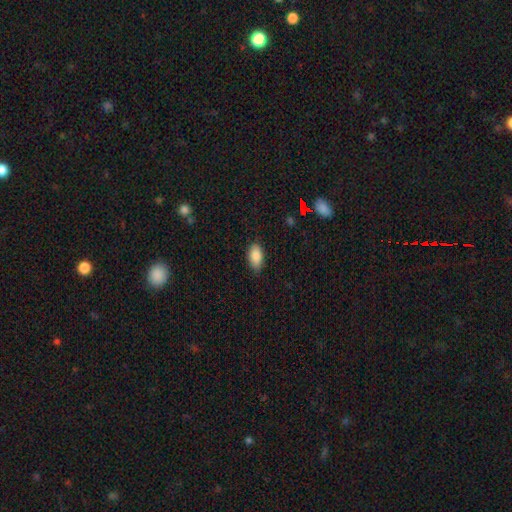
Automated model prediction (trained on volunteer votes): The model was most divided on "merging": none: 81%, minor disturbance: 15%, major disturbance: 3%, merger: 1%. More confident: how rounded — in between (93%); smooth or featured — smooth (88%).